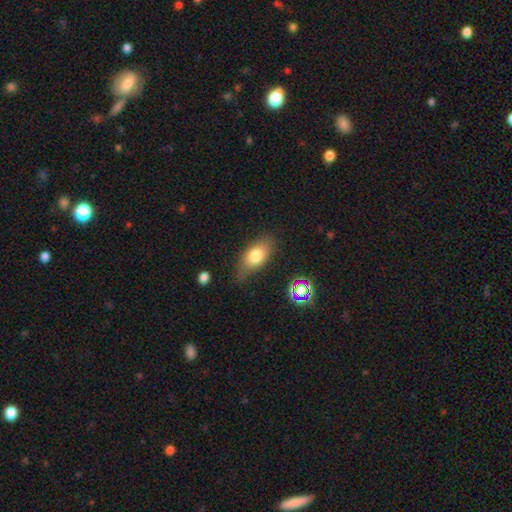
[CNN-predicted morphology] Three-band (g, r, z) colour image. It shows a smooth galaxy with no disk features (75%) that is in between round and cigar-shaped (86%). Merging: none (68%).